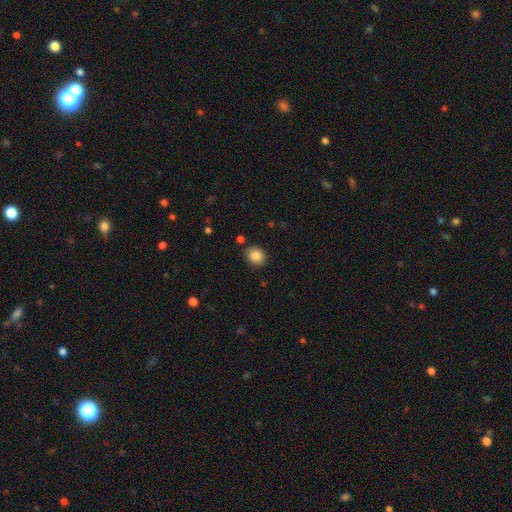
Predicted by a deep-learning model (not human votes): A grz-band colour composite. It shows a smooth galaxy with no disk features (87%) that is round (60%). Merging: none (86%).